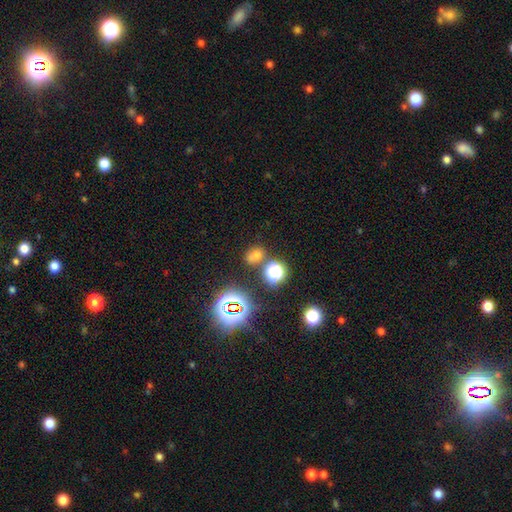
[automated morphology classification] This is possibly a smooth galaxy (59%). How rounded: possibly round (55%). Merging: likely none (66%).